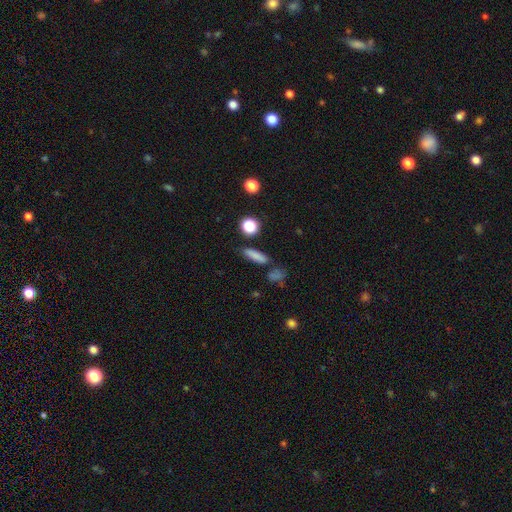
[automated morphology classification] Smooth or featured?
  - smooth: 79% *
  - star or artifact: 12%
  - featured or disk: 9%
How rounded?
  - cigar-shaped: 61% *
  - in between: 29%
  - round: 10%
Merging?
  - none: 80% *
  - minor disturbance: 11%
  - merger: 6%
  - major disturbance: 3%